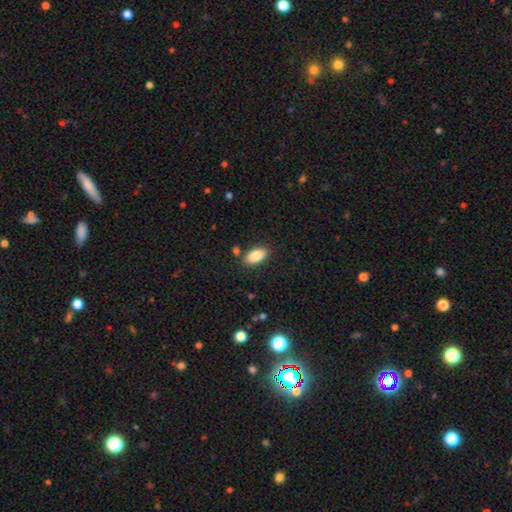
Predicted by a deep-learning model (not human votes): A smooth galaxy with no disk features (87%) that is in between round and cigar-shaped (93%). Merging: none (84%).